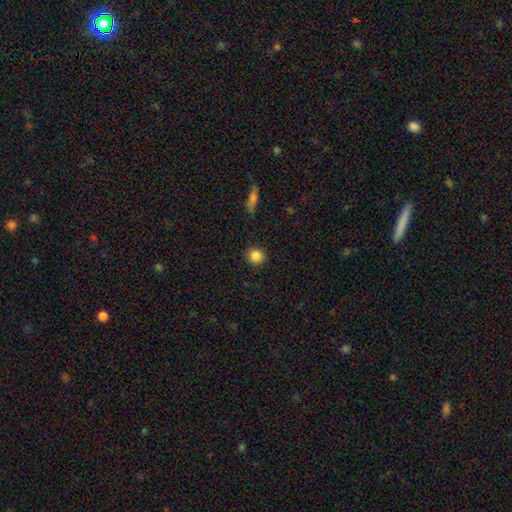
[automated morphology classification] Smooth or featured? Predicted: smooth (p=0.86). How rounded? Predicted: round (p=0.90). Merging? Predicted: none (p=0.91).